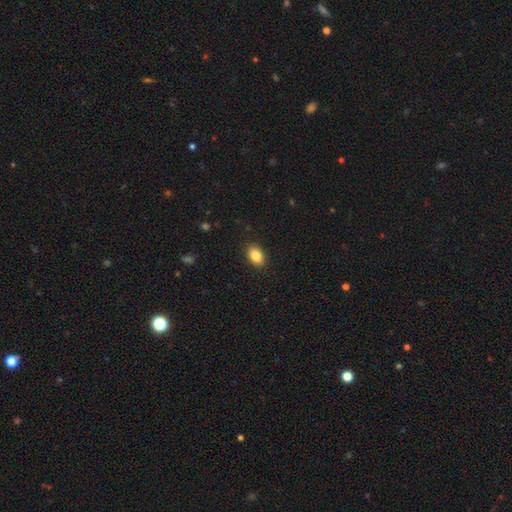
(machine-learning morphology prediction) Smooth or featured? smooth (85%)
How rounded? in between (86%)
Merging? none (90%)